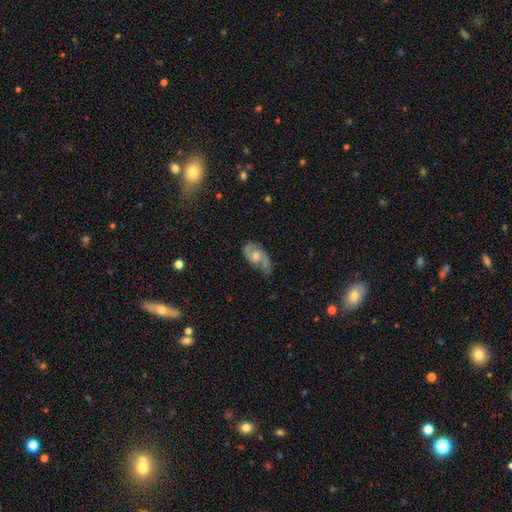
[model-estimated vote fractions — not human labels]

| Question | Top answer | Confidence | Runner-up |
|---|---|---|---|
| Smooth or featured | featured or disk | 72% | smooth (19%) |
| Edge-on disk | no | 94% | yes (6%) |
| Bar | no | 62% | weak (32%) |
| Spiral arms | yes | 89% | no (11%) |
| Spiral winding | medium | 46% | loose (31%) |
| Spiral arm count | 2 | 80% | can't tell (9%) |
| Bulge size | moderate | 58% | small (27%) |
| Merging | none | 60% | minor disturbance (25%) |